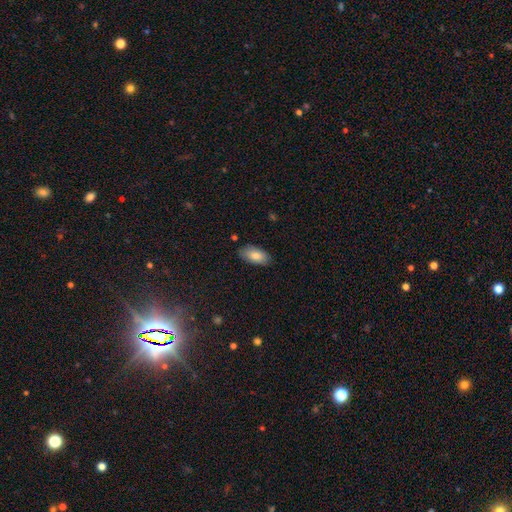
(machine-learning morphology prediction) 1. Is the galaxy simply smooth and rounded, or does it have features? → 82% smooth, 11% featured or disk, 7% star or artifact.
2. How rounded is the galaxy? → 93% in between, 5% cigar-shaped, 3% round.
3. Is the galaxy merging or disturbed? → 84% none, 12% minor disturbance, 2% major disturbance, 1% merger.